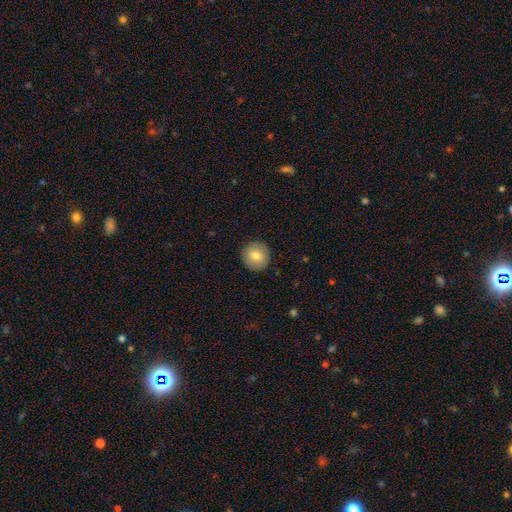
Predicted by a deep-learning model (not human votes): Overall: smooth (80%). How rounded: round (94%). Merging: none (91%).